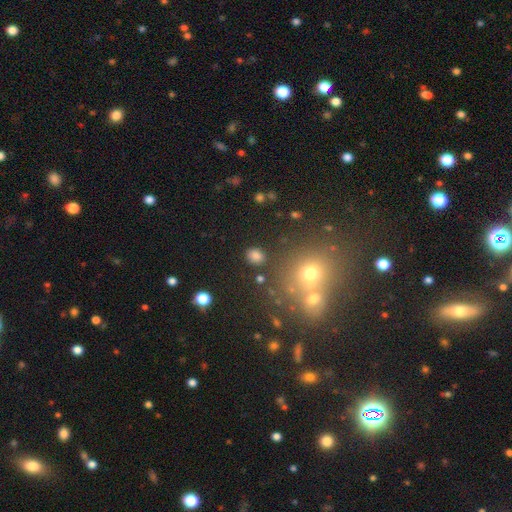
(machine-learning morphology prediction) Overall: smooth (80%). How rounded: round (62%; in between 37%). Merging: none (85%).